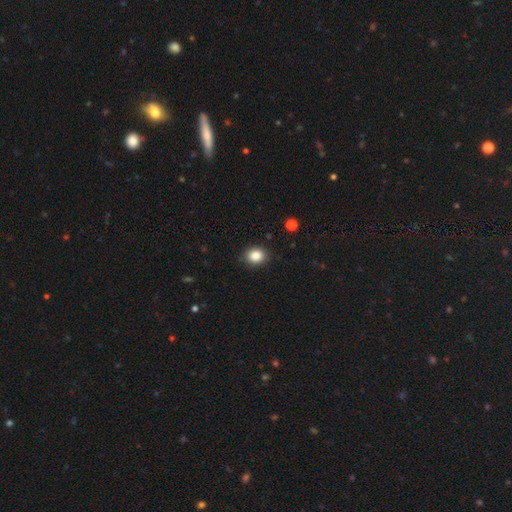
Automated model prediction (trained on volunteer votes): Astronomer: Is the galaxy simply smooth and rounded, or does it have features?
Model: smooth — 86%.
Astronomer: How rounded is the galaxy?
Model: round — 58% (runner-up: in between, 41%).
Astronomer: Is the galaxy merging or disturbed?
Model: none — 84%.